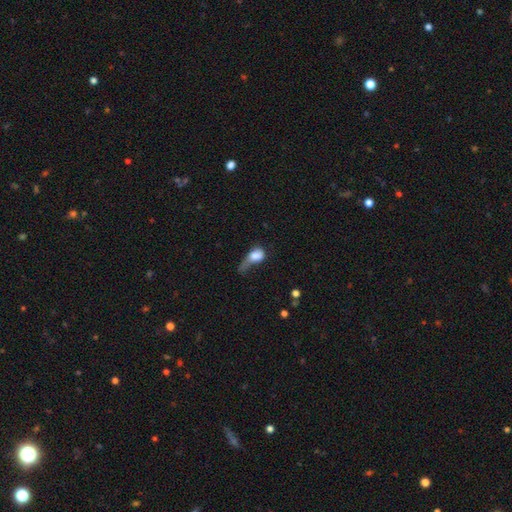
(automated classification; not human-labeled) A smooth galaxy with no disk features (71%) that is in between round and cigar-shaped (69%).

Vote fractions:
- Smooth or featured? smooth: 71% / featured or disk: 20% / star or artifact: 9%
- How rounded? in between: 69% / round: 25% / cigar-shaped: 5%
- Merging? major disturbance: 55% / minor disturbance: 21% / none: 13% / merger: 11%